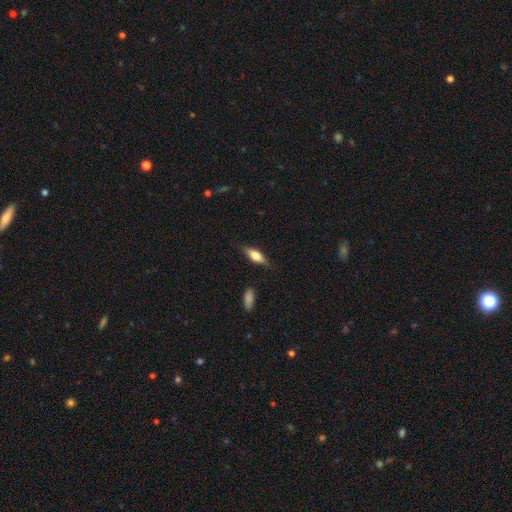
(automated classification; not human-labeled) This is possibly a smooth galaxy (56%). How rounded: likely in between (63%). Merging: clearly none (80%).